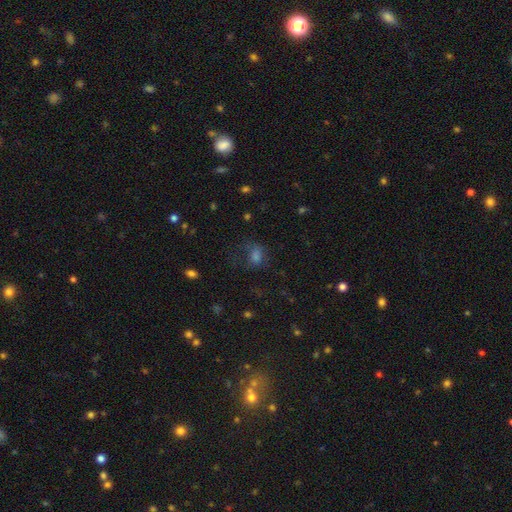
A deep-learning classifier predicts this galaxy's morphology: Smooth or featured? Predicted: smooth (p=0.58). How rounded? Predicted: in between (p=0.59). Merging? Predicted: none (p=0.51).